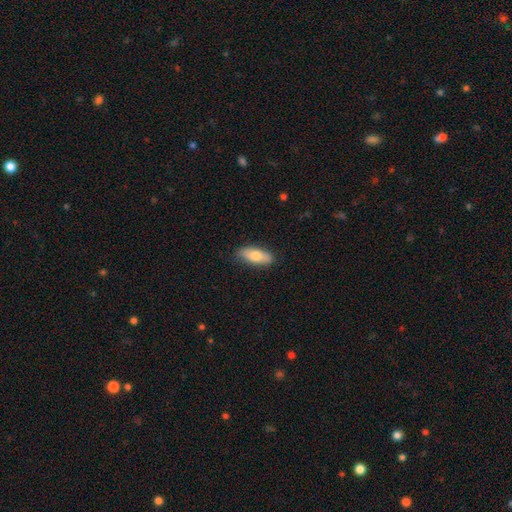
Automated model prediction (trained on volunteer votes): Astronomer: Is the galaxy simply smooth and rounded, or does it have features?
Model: smooth — 73%.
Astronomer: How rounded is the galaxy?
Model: in between — 73%.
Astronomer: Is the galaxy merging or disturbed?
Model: none — 84%.